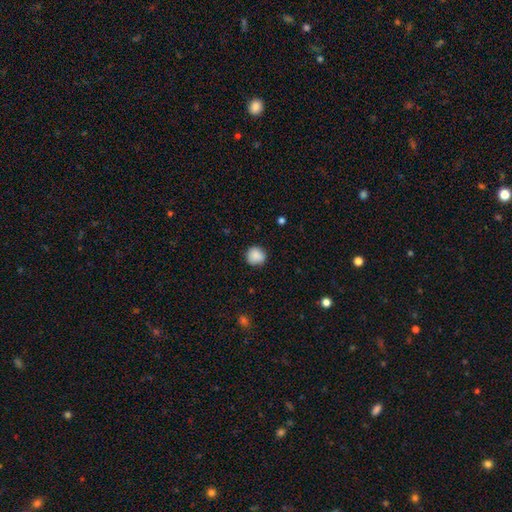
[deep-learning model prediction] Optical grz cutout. It shows a smooth galaxy with no disk features (89%) that is round (91%). Merging: none (87%).